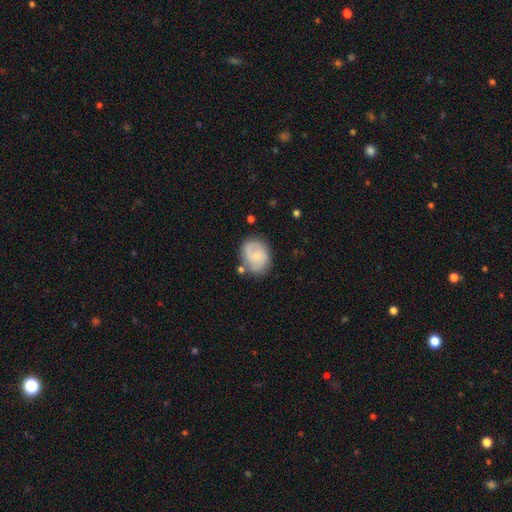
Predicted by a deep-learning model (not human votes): A featured or disk galaxy (56%) with no bar (55%), spiral arms (87%) and a small central bulge (51%). Merging: none (68%).